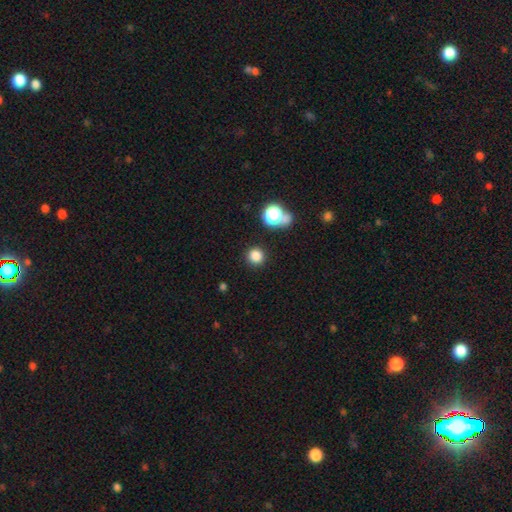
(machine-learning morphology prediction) Overall: smooth (82%). How rounded: round (92%). Merging: none (88%).